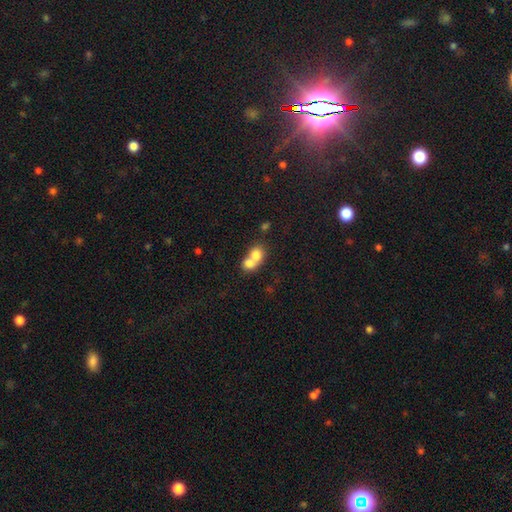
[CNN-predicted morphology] smooth 74%, featured or disk 17%, star or artifact 9%. Down the decision tree: how rounded — round (62%); merging — merger (74%).